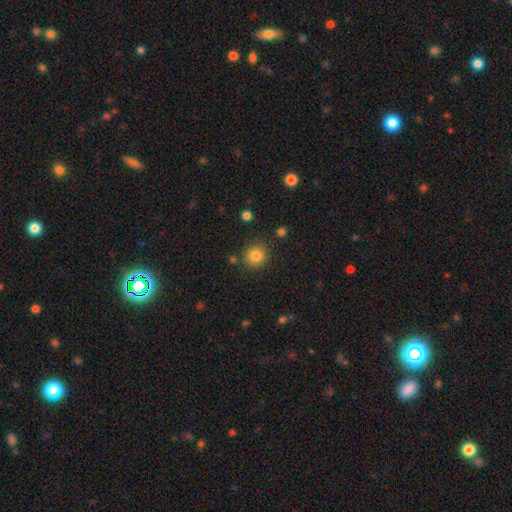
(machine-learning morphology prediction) Smooth or featured? Predicted: smooth (p=0.82). How rounded? Predicted: round (p=0.88). Merging? Predicted: none (p=0.84).